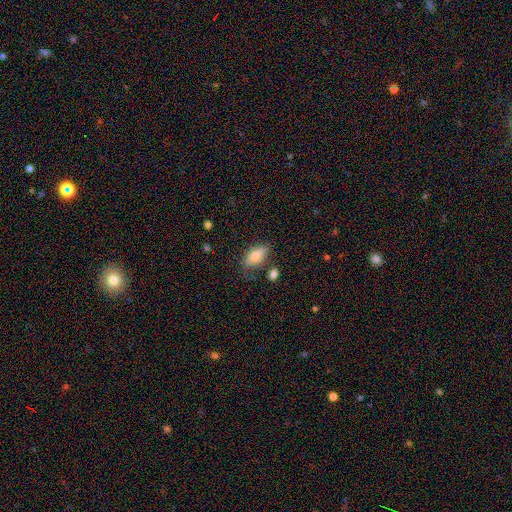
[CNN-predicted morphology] smooth-or-featured: smooth: 73% | featured or disk: 19% | star or artifact: 8%
  how-rounded: in between: 80% | cigar-shaped: 17% | round: 4%
  merging: none: 62% | minor disturbance: 24% | major disturbance: 8% | merger: 6%